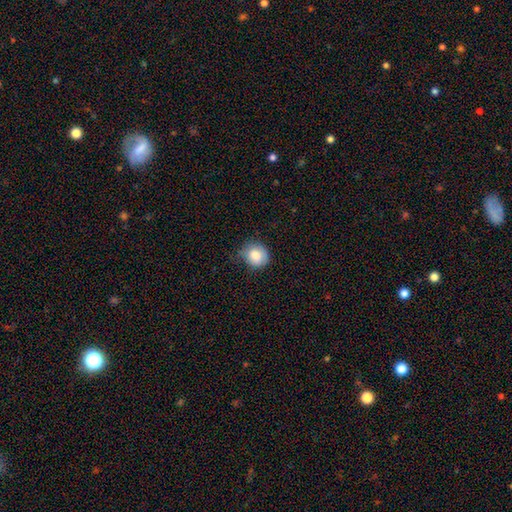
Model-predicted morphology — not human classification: Q: Smooth or featured?
A: smooth (84%); runner-up: star or artifact (8%)
Q: How rounded?
A: round (77%); runner-up: in between (22%)
Q: Merging?
A: none (62%); runner-up: minor disturbance (30%)